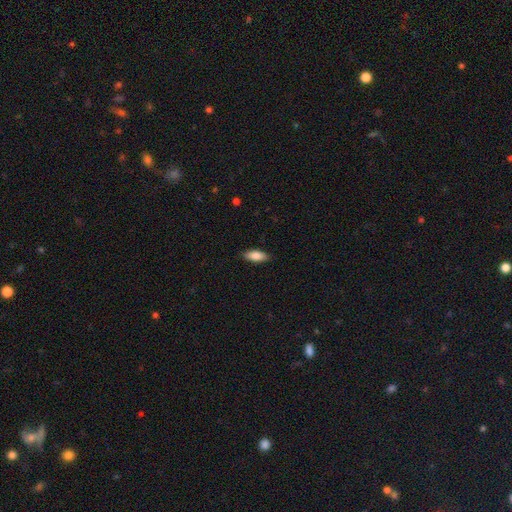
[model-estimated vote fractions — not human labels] Smooth or featured?
  - smooth: 84% *
  - featured or disk: 9%
  - star or artifact: 6%
How rounded?
  - in between: 80% *
  - cigar-shaped: 18%
  - round: 2%
Merging?
  - none: 87% *
  - minor disturbance: 10%
  - major disturbance: 2%
  - merger: 1%